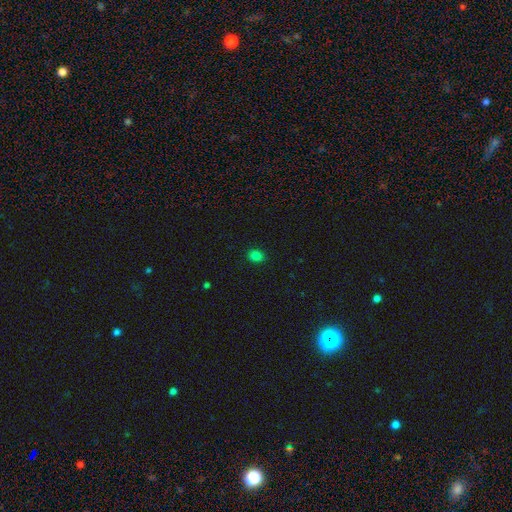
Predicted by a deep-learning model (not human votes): This is clearly a smooth galaxy (82%). How rounded: possibly round (57%). Merging: clearly none (89%).